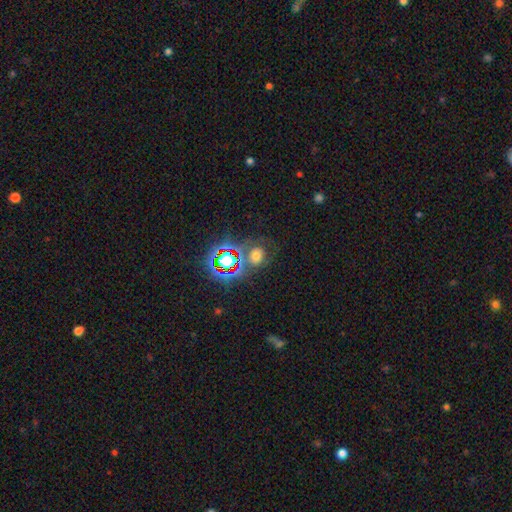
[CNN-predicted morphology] smooth-or-featured: smooth: 50% | star or artifact: 36% | featured or disk: 14%
  merging: none: 63% | minor disturbance: 15% | merger: 13% | major disturbance: 9%